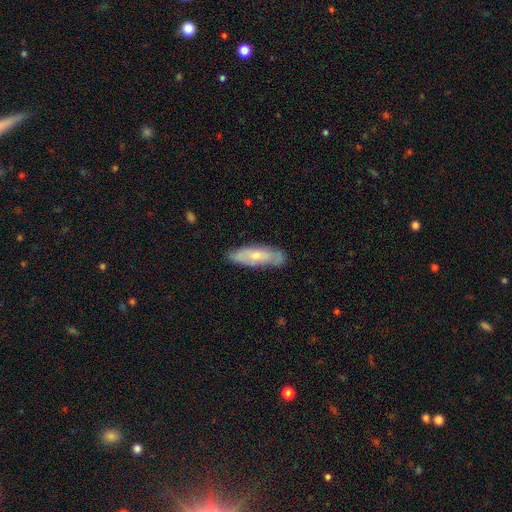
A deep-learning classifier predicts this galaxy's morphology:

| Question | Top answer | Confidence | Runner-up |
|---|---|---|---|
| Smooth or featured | smooth | 56% | featured or disk (38%) |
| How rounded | in between | 50% | cigar-shaped (48%) |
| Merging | none | 76% | minor disturbance (18%) |